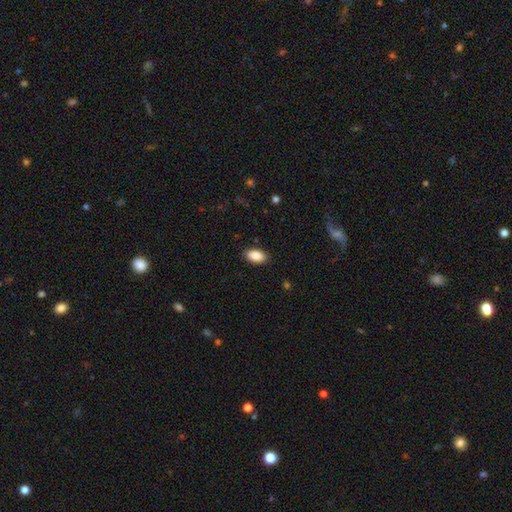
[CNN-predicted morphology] A smooth galaxy with no disk features (88%) that is in between round and cigar-shaped (93%). Merging: none (88%).